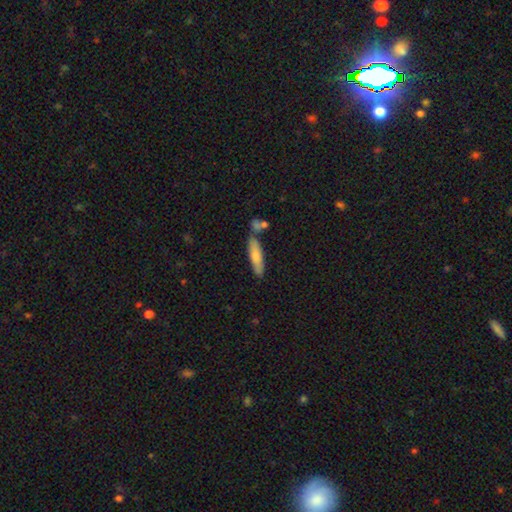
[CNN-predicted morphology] Smooth or featured? smooth (74%)
How rounded? cigar-shaped (75%)
Merging? none (70%)